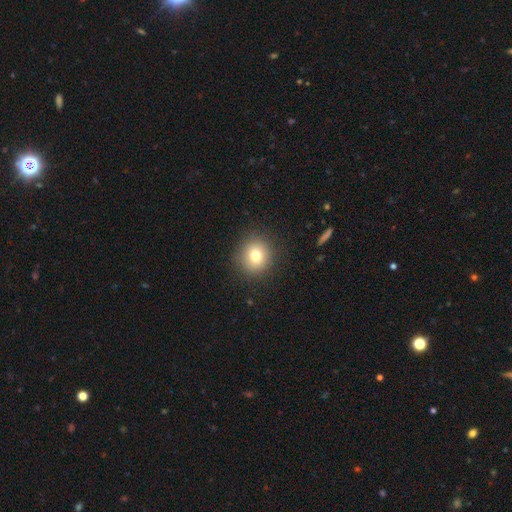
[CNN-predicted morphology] smooth 77%, star or artifact 12%, featured or disk 11%. Down the decision tree: how rounded — round (88%); merging — none (89%).